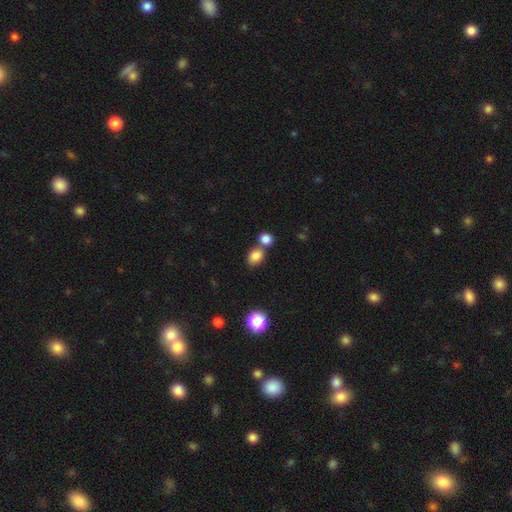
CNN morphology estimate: Smooth or featured? Predicted: smooth (p=0.83). How rounded? Predicted: round (p=0.51). Merging? Predicted: none (p=0.56).